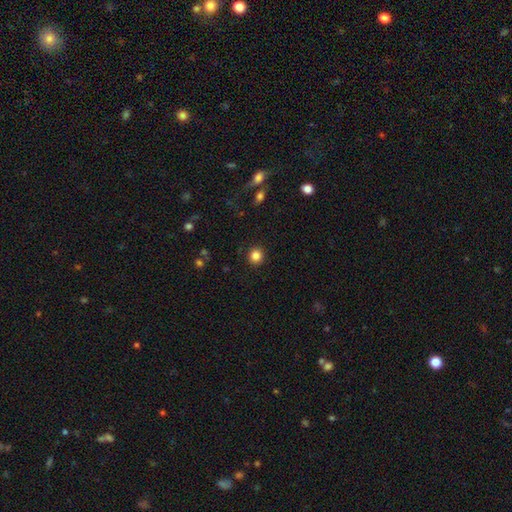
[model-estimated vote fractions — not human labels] Smooth or featured: smooth — 84% (star or artifact — 11%)
How rounded: round — 92% (in between — 7%)
Merging: none — 92% (minor disturbance — 5%)